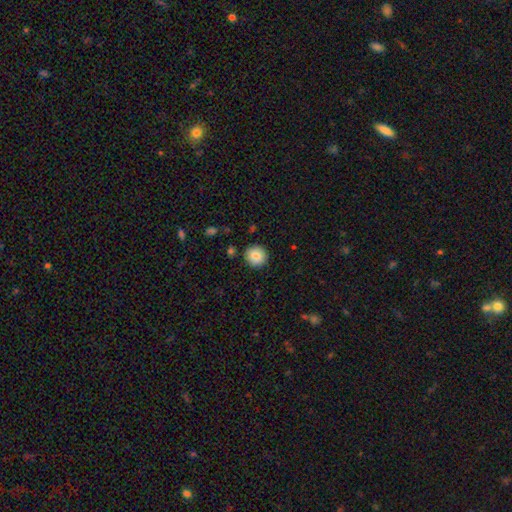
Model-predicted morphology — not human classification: This is clearly a smooth galaxy (83%). How rounded: clearly round (92%). Merging: clearly none (90%).